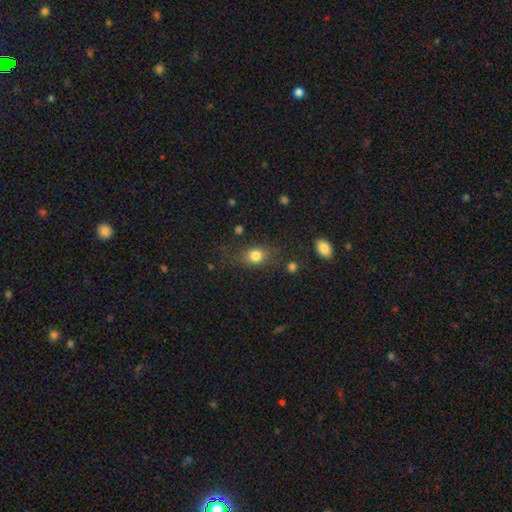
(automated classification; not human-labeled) smooth_or_featured: smooth (p=0.79) [alt: star or artifact p=0.12]
how_rounded: round (p=0.51) [alt: in between p=0.47]
merging: none (p=0.72) [alt: minor disturbance p=0.17]